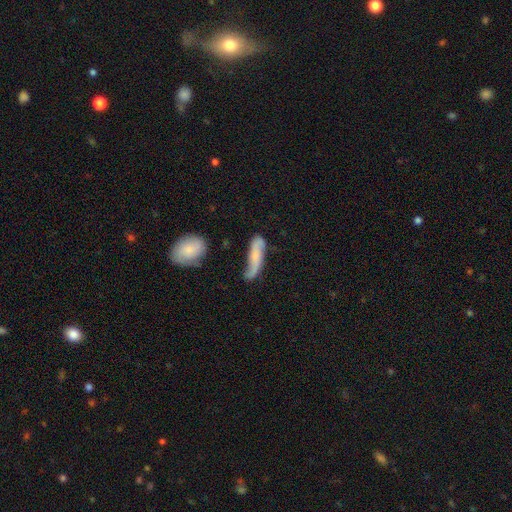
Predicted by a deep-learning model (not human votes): Morphology: type=featured or disk (54%); edge-on=no (75%); merging=none (51%).